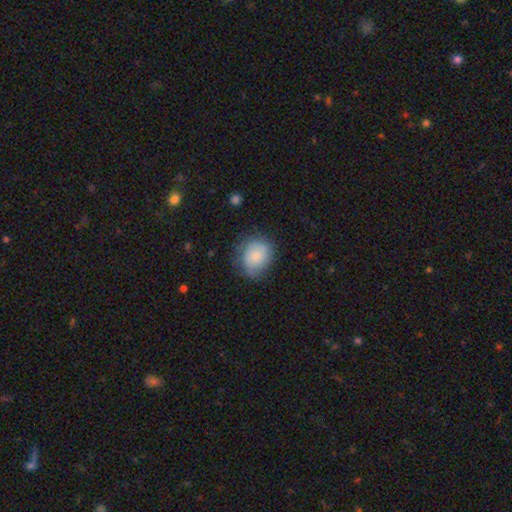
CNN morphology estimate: smooth 69%, featured or disk 23%, star or artifact 8%. Down the decision tree: how rounded — round (71%); merging — none (62%).